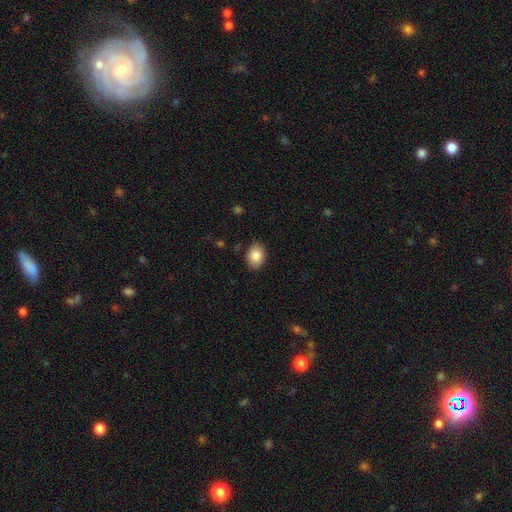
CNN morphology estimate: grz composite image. It shows a smooth galaxy with no disk features (85%) that is in between round and cigar-shaped (72%). Merging: none (87%).